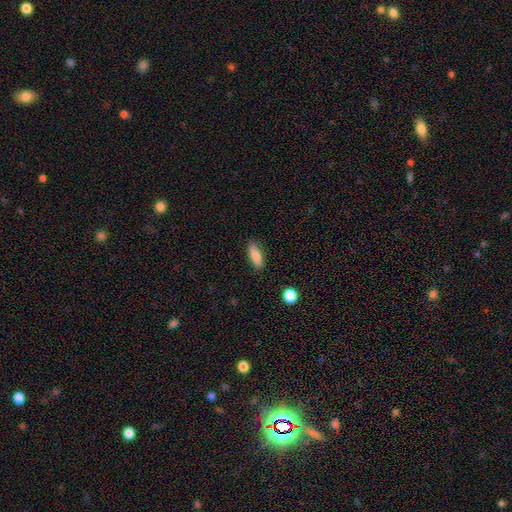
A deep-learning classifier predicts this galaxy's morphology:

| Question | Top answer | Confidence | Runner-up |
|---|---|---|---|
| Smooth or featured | smooth | 81% | featured or disk (12%) |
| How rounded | in between | 66% | cigar-shaped (31%) |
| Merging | none | 82% | minor disturbance (13%) |